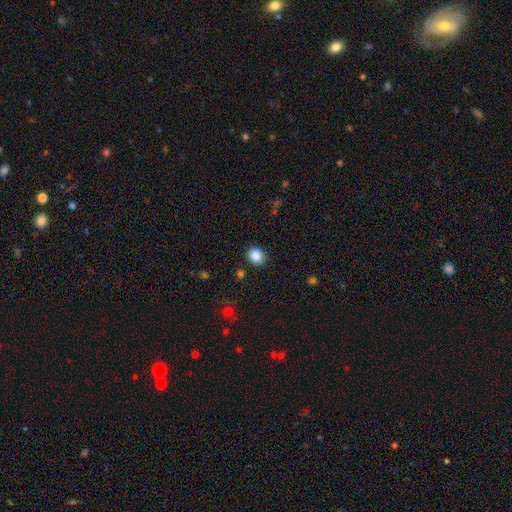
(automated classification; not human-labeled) Smooth or featured: smooth — 86% (star or artifact — 10%)
How rounded: round — 74% (in between — 25%)
Merging: none — 89% (minor disturbance — 7%)